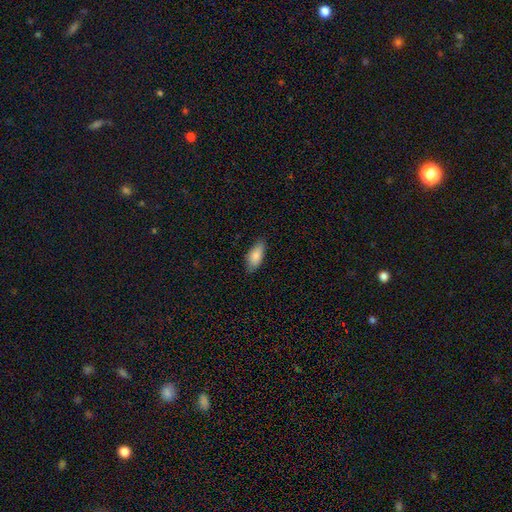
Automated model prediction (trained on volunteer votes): Smooth or featured? Predicted: smooth (p=0.84). How rounded? Predicted: in between (p=0.86). Merging? Predicted: none (p=0.83).